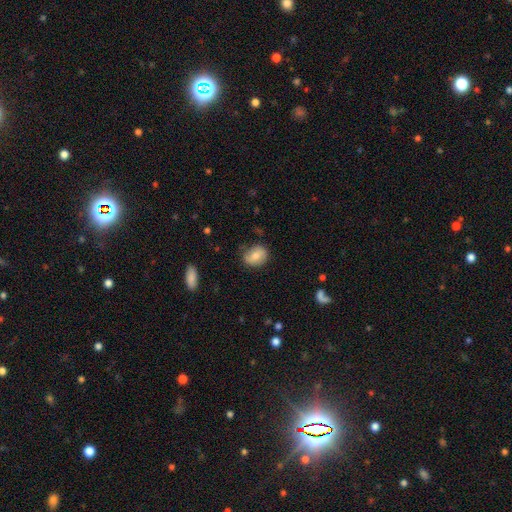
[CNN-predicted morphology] Smooth or featured?
  - smooth: 69% *
  - featured or disk: 23%
  - star or artifact: 8%
How rounded?
  - in between: 60% *
  - round: 38%
  - cigar-shaped: 1%
Merging?
  - none: 73% *
  - minor disturbance: 21%
  - major disturbance: 5%
  - merger: 2%